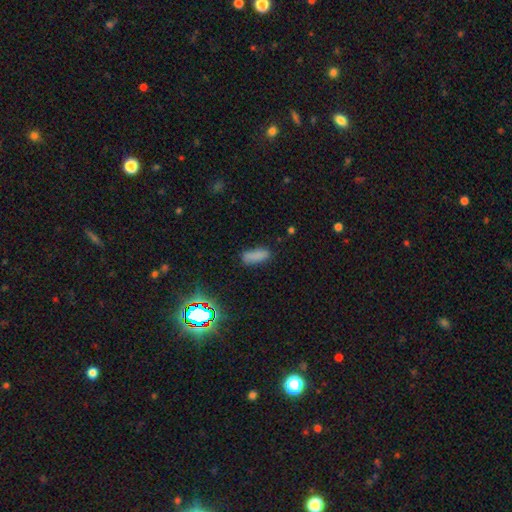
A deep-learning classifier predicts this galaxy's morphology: smooth_or_featured: smooth (p=0.81) [alt: star or artifact p=0.12]
how_rounded: in between (p=0.65) [alt: cigar-shaped p=0.33]
merging: none (p=0.76) [alt: minor disturbance p=0.17]